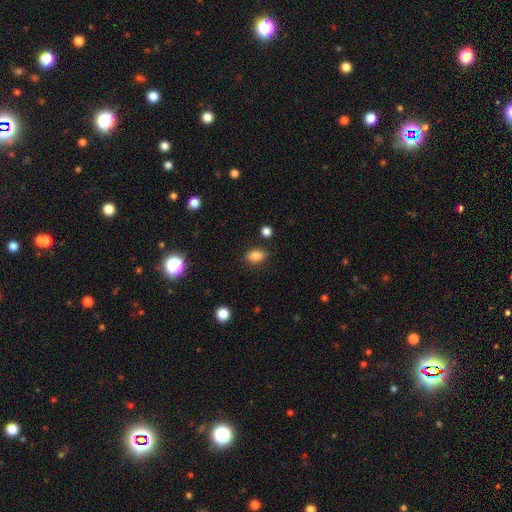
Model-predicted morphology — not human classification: A smooth galaxy with no disk features (82%) that is in between round and cigar-shaped (81%). Merging: none (83%).